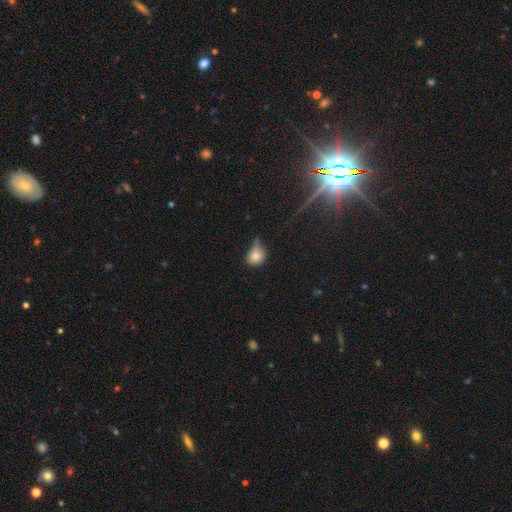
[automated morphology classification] Smooth or featured? Predicted: smooth (p=0.76). How rounded? Predicted: round (p=0.63). Merging? Predicted: minor disturbance (p=0.40).